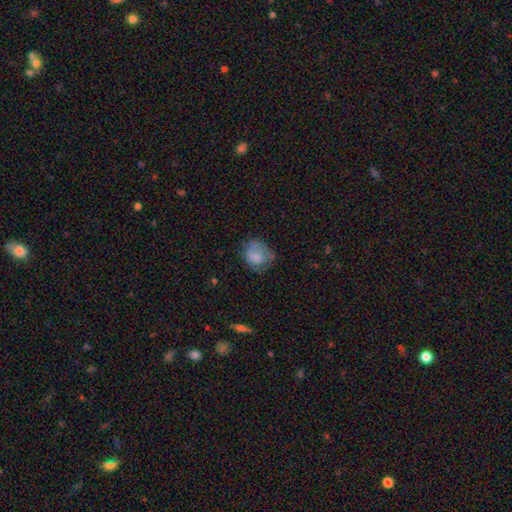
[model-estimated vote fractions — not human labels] Morphology: type=smooth (73%); roundness=round (62%); merging=none (51%).